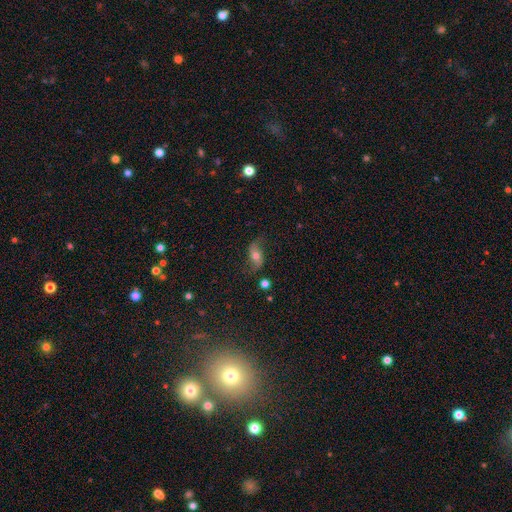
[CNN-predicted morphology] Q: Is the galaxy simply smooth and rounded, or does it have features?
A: featured or disk — 61%.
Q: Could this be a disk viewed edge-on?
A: no — 92%.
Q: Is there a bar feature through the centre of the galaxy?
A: no — 58%.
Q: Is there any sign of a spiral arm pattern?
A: yes — 88%.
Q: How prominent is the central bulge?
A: moderate — 60%.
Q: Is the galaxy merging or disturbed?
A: none — 70%.